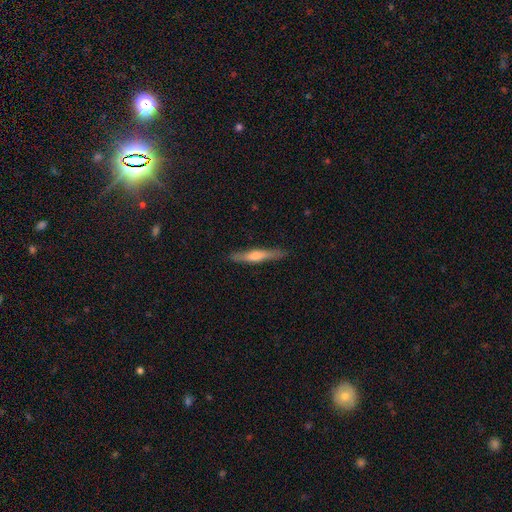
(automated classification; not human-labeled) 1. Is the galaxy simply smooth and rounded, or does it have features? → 58% featured or disk, 35% smooth, 6% star or artifact.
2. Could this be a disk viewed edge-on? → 96% yes, 4% no.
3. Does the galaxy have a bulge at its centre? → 73% rounded, 15% none, 12% boxy.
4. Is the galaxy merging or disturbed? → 88% none, 9% minor disturbance, 2% major disturbance, 1% merger.